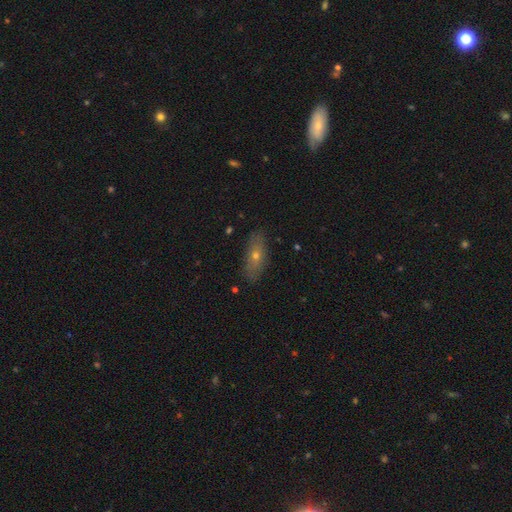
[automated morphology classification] This appears to be a smooth galaxy with no disk features (54%) that is in between round and cigar-shaped (61%). Merging: none (84%).